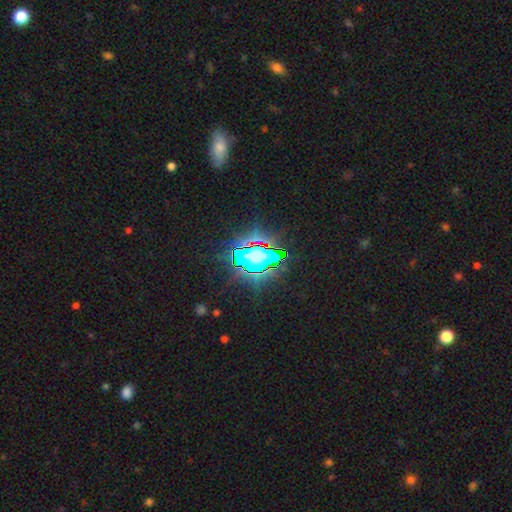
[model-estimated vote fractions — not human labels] This appears to be a star or artifact, not a galaxy (64%).